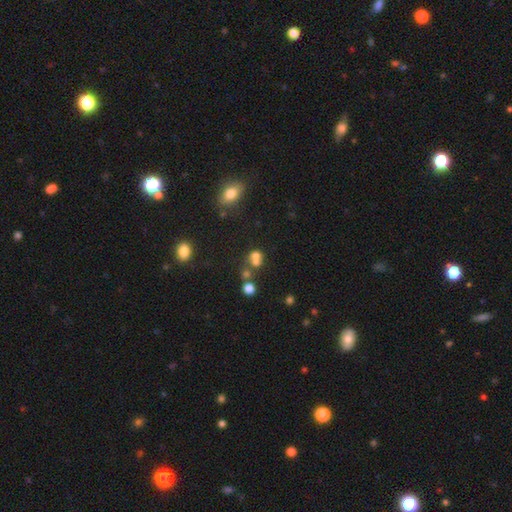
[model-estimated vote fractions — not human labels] This is likely a smooth galaxy (64%). How rounded: likely round (73%). Merging: possibly merger (49%).